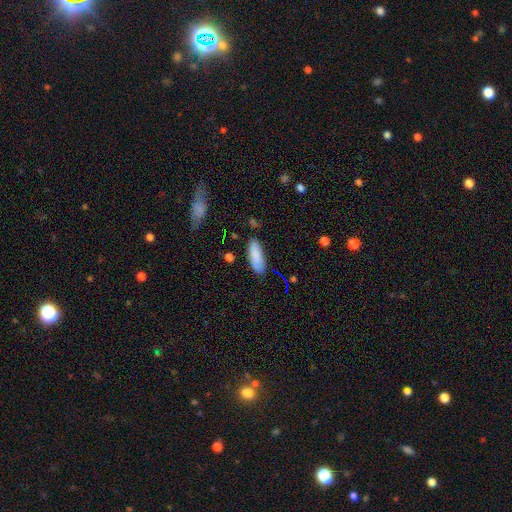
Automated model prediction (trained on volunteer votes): smooth 87%, featured or disk 7%, star or artifact 6%. Down the decision tree: how rounded — in between (73%); merging — none (82%).